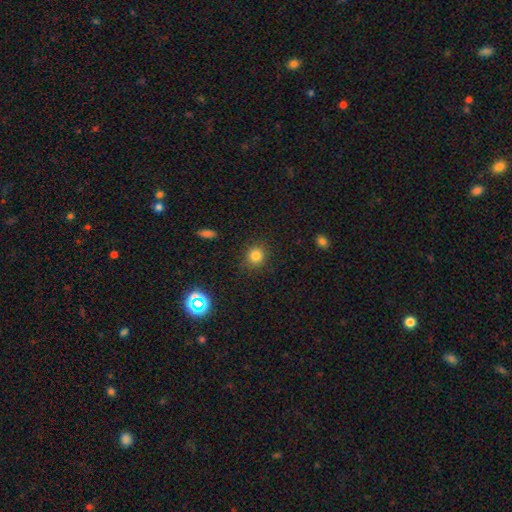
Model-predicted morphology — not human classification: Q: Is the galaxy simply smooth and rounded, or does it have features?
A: smooth — 80%.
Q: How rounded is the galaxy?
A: round — 87%.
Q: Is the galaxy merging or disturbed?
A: none — 87%.